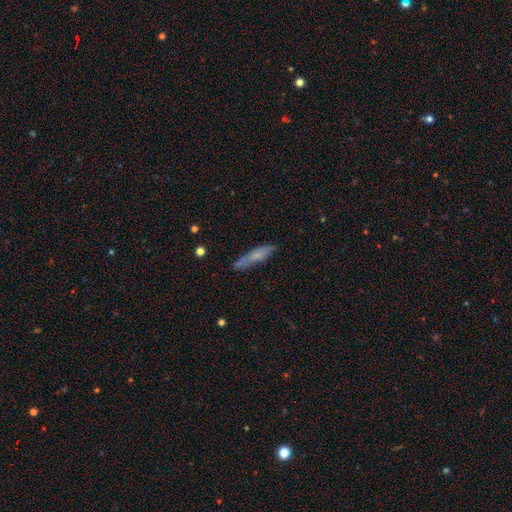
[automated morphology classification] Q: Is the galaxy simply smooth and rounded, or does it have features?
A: smooth — 63%.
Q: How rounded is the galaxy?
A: cigar-shaped — 88%.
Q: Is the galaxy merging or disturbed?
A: none — 78%.